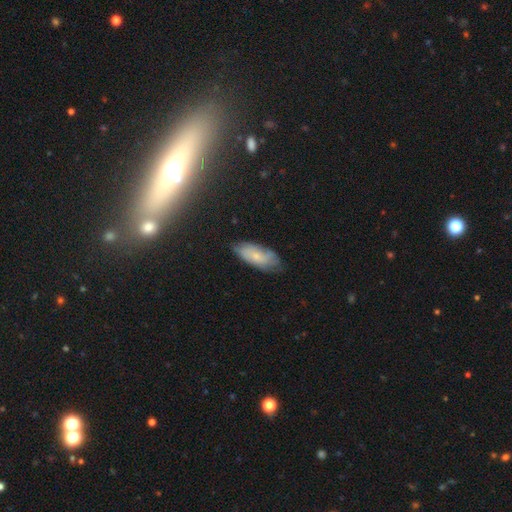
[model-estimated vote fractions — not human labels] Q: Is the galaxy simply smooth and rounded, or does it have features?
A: smooth — 58%.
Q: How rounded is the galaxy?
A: in between — 83%.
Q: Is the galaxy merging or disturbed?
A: none — 68%.